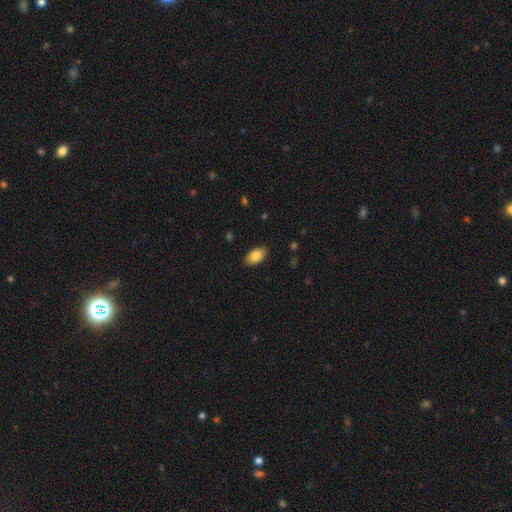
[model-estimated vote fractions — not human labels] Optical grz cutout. It shows a smooth galaxy with no disk features (86%) that is in between round and cigar-shaped (93%). Merging: none (88%).